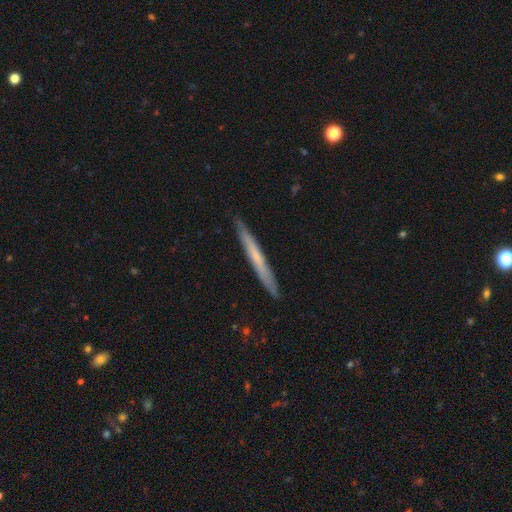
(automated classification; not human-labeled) smooth_or_featured: smooth (p=0.50) [alt: featured or disk p=0.44]
how_rounded: cigar-shaped (p=0.97) [alt: in between p=0.02]
merging: none (p=0.90) [alt: minor disturbance p=0.08]